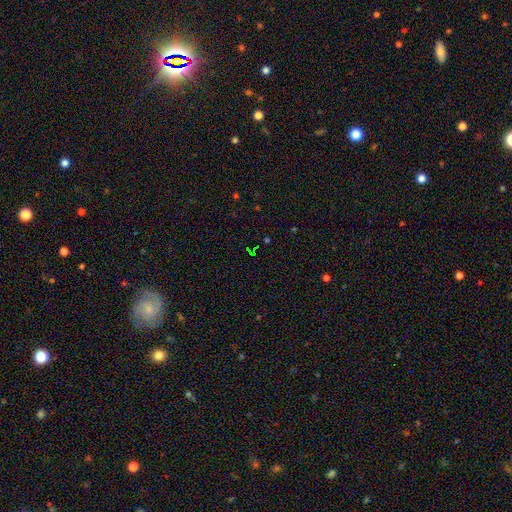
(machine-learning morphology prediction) smooth_or_featured: star or artifact (p=0.70) [alt: smooth p=0.21]